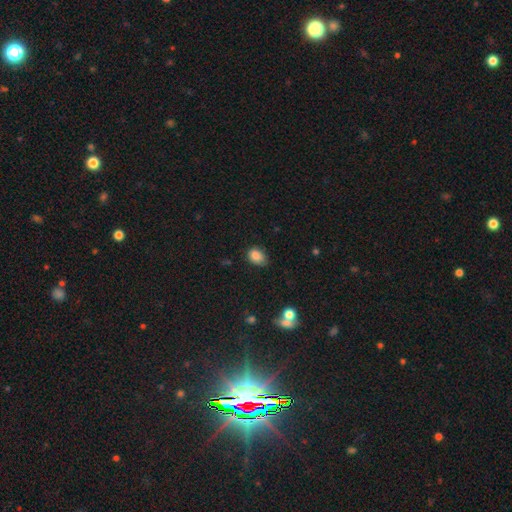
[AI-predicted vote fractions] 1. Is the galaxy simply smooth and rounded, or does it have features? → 84% smooth, 10% star or artifact, 6% featured or disk.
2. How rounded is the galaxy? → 73% in between, 26% round, 1% cigar-shaped.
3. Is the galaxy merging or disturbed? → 64% none, 29% minor disturbance, 5% major disturbance, 2% merger.